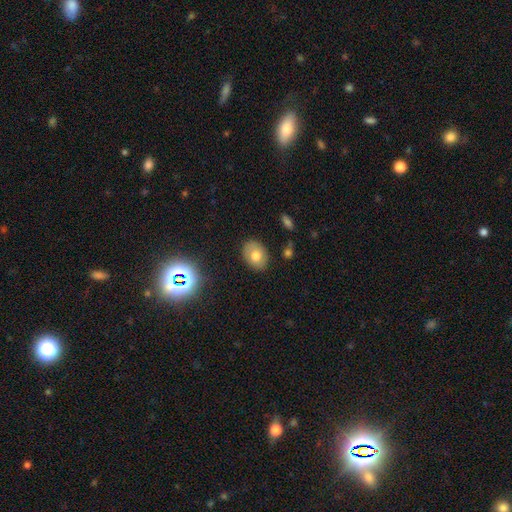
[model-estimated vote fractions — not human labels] Smooth or featured: smooth — 70% (featured or disk — 19%)
How rounded: in between — 66% (round — 33%)
Merging: none — 83% (minor disturbance — 12%)